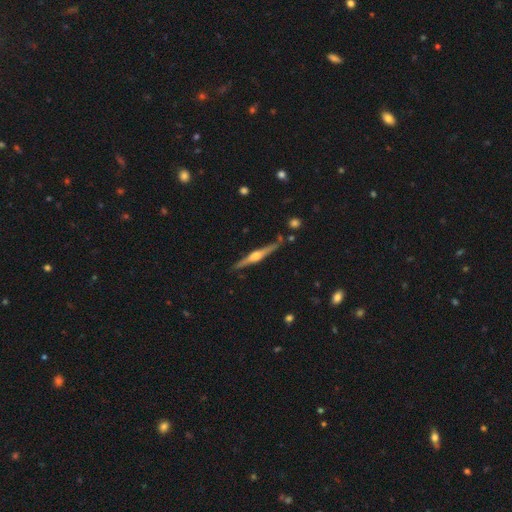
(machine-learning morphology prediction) The model was most divided on "smooth or featured": featured or disk: 80%, smooth: 14%, star or artifact: 5%. More confident: edge-on disk — yes (98%); edge-on bulge — rounded (86%); merging — none (86%).